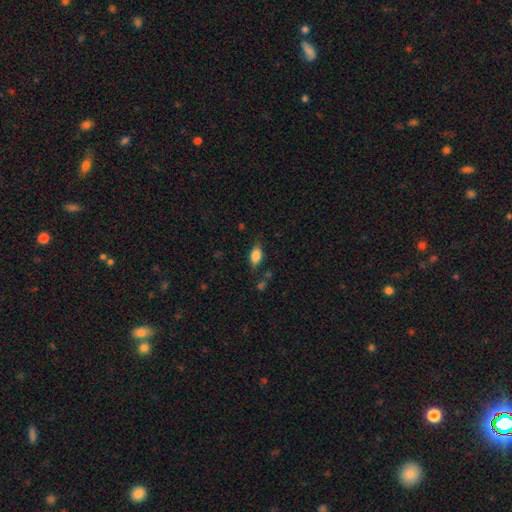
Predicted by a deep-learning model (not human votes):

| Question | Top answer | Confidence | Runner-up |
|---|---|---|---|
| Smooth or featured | smooth | 80% | featured or disk (12%) |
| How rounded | in between | 87% | round (7%) |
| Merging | none | 73% | minor disturbance (19%) |